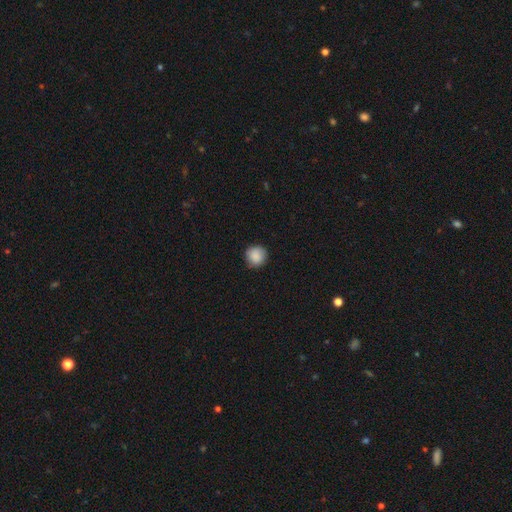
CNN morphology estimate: Smooth or featured: smooth — 88% (star or artifact — 8%)
How rounded: round — 93% (in between — 6%)
Merging: none — 85% (minor disturbance — 11%)